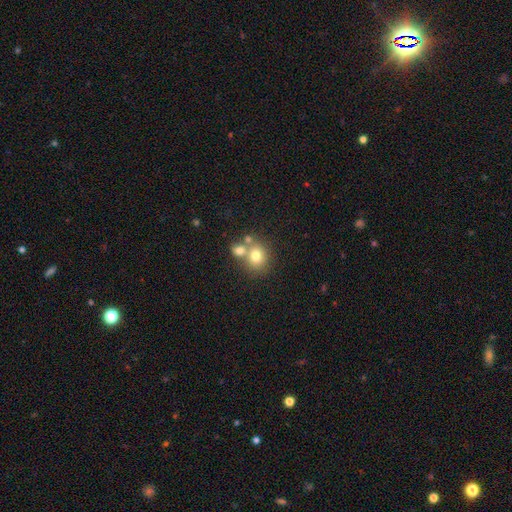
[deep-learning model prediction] Smooth or featured? smooth (74%)
How rounded? round (74%)
Merging? none (46%)